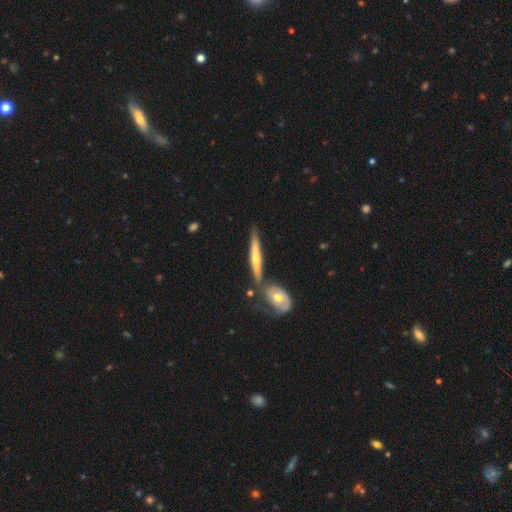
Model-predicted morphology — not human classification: Smooth or featured?
  - featured or disk: 65% *
  - smooth: 28%
  - star or artifact: 7%
Edge-on disk?
  - yes: 87% *
  - no: 13%
Edge-on bulge?
  - rounded: 67% *
  - none: 26%
  - boxy: 8%
Merging?
  - none: 62% *
  - merger: 22%
  - minor disturbance: 13%
  - major disturbance: 4%